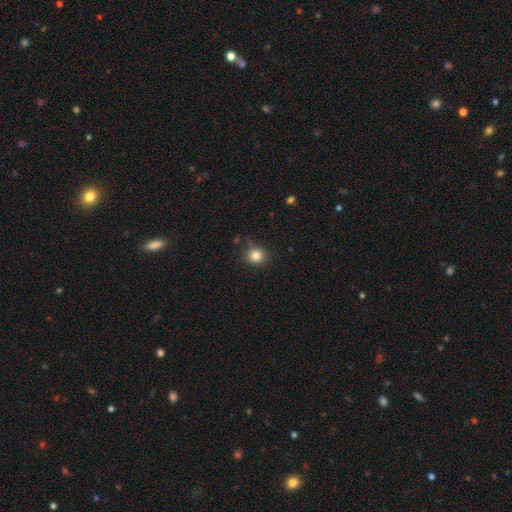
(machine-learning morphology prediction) A smooth galaxy with no disk features (83%) that is round (89%). Merging: none (84%).